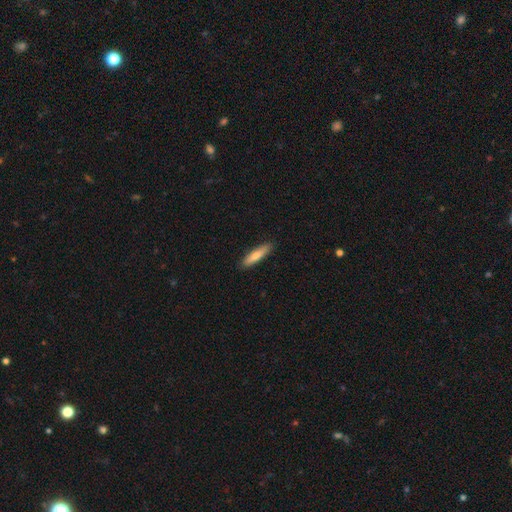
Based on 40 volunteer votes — Smooth or featured? 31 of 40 (78%) said smooth. How rounded? 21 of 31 (68%) said cigar-shaped. Merging? 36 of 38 (95%) said none.